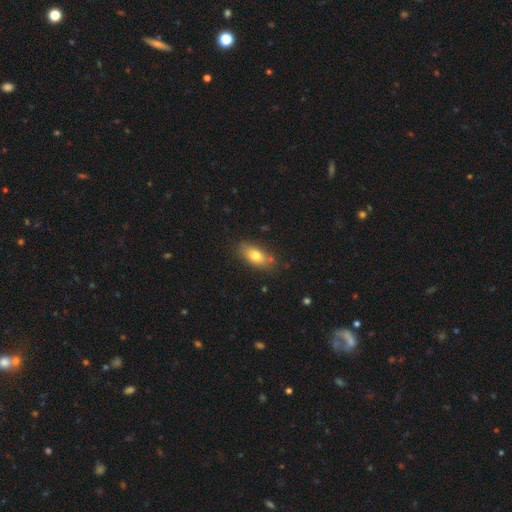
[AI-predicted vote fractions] This appears to be a smooth galaxy with no disk features (76%) that is in between round and cigar-shaped (84%). Merging: none (78%).